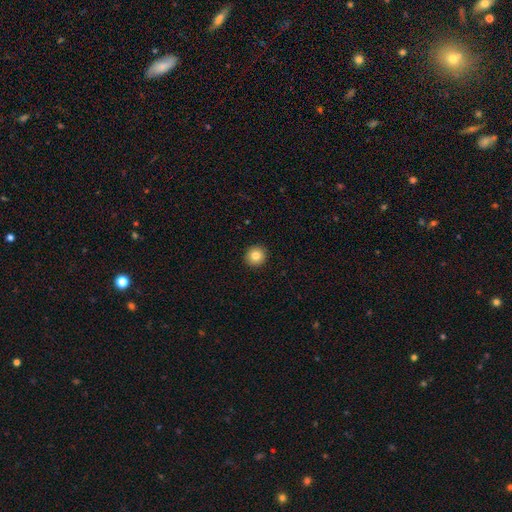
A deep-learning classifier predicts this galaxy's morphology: A smooth galaxy with no disk features (83%) that is round (94%). Merging: none (93%).